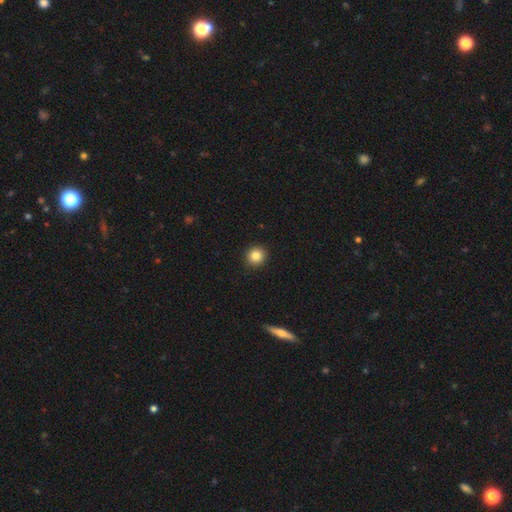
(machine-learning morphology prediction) The model was most divided on "smooth or featured": smooth: 84%, star or artifact: 10%, featured or disk: 6%. More confident: merging — none (93%); how rounded — round (92%).